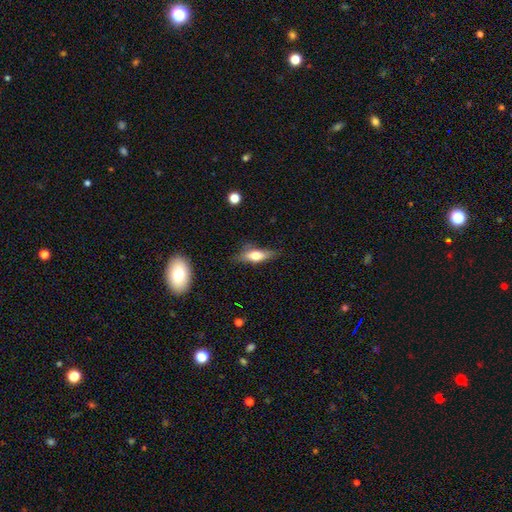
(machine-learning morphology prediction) Smooth or featured?
  - smooth: 57% *
  - featured or disk: 35%
  - star or artifact: 7%
How rounded?
  - in between: 52% *
  - cigar-shaped: 44%
  - round: 3%
Merging?
  - none: 73% *
  - minor disturbance: 20%
  - major disturbance: 5%
  - merger: 2%